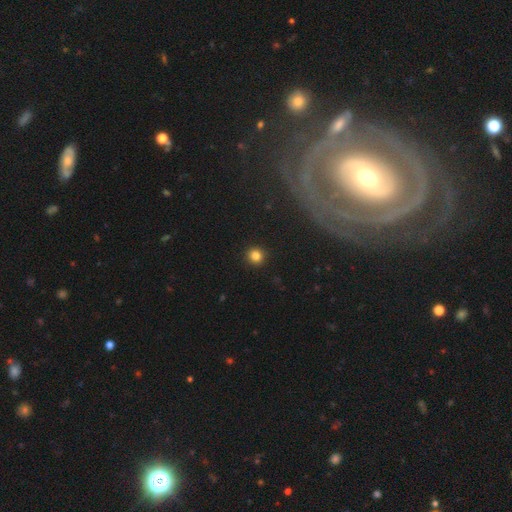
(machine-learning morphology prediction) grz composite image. It shows a smooth galaxy with no disk features (82%) that is round (94%). Merging: none (93%).